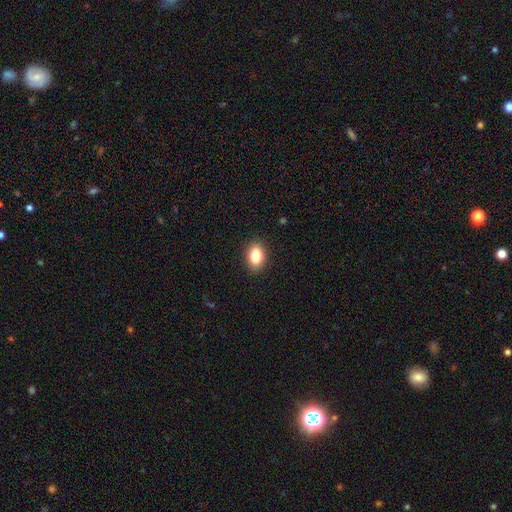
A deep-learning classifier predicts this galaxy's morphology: smooth-or-featured: smooth: 85% | star or artifact: 8% | featured or disk: 7%
  how-rounded: in between: 83% | round: 16% | cigar-shaped: 1%
  merging: none: 89% | minor disturbance: 8% | major disturbance: 2% | merger: 1%